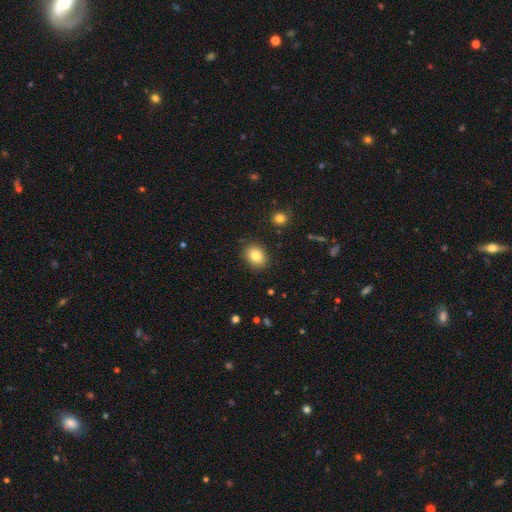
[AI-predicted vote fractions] Morphology: type=smooth (84%); roundness=in between (60%); merging=none (88%).